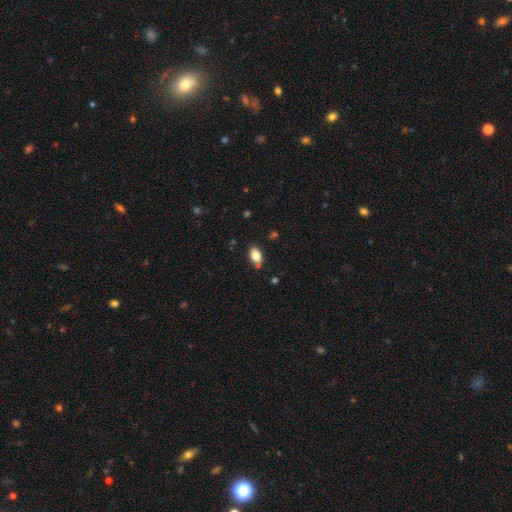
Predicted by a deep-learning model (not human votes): This is clearly a smooth galaxy (83%). How rounded: clearly in between (89%). Merging: likely none (74%).